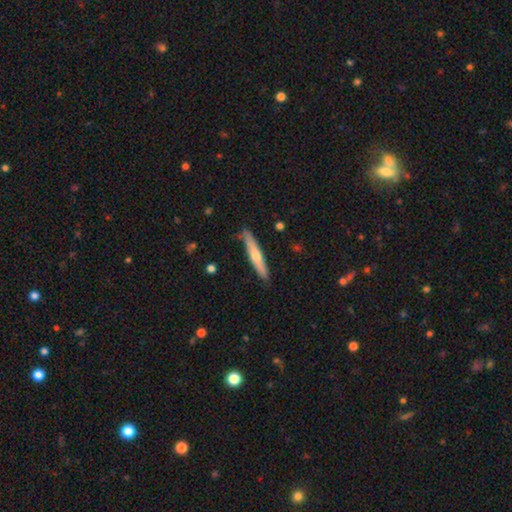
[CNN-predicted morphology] smooth_or_featured: smooth (p=0.51) [alt: featured or disk p=0.44]
how_rounded: cigar-shaped (p=0.92) [alt: in between p=0.07]
merging: none (p=0.84) [alt: minor disturbance p=0.12]